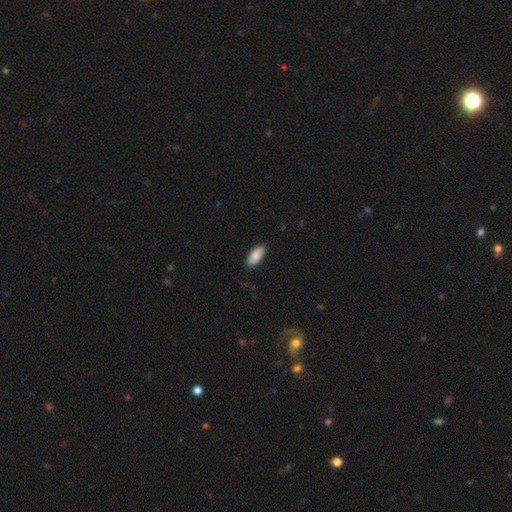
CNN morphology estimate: Smooth or featured? Predicted: smooth (p=0.90). How rounded? Predicted: in between (p=0.85). Merging? Predicted: none (p=0.87).